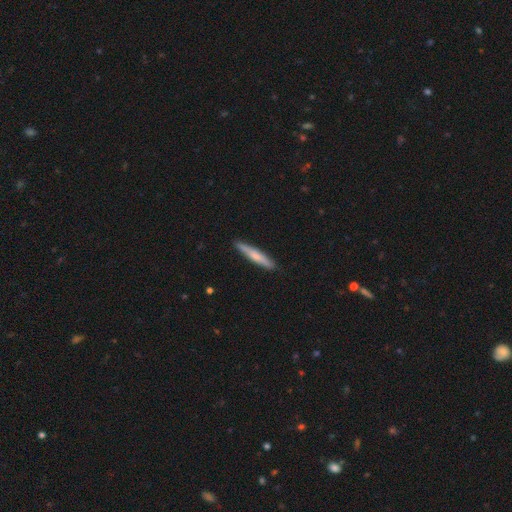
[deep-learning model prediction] This appears to be a smooth galaxy with no disk features (61%) that is cigar-shaped (93%). Merging: none (90%).